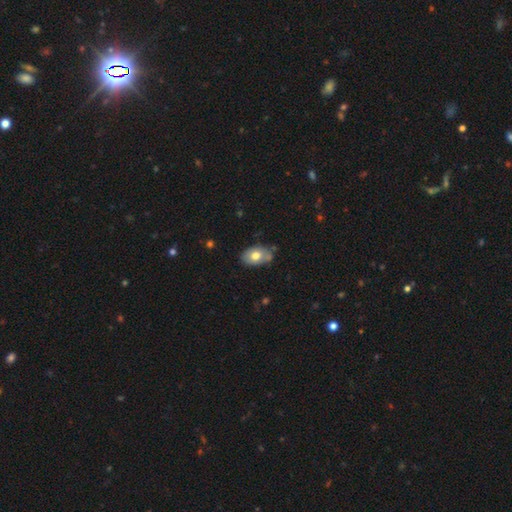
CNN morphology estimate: Smooth or featured? smooth (71%)
How rounded? in between (87%)
Merging? none (71%)